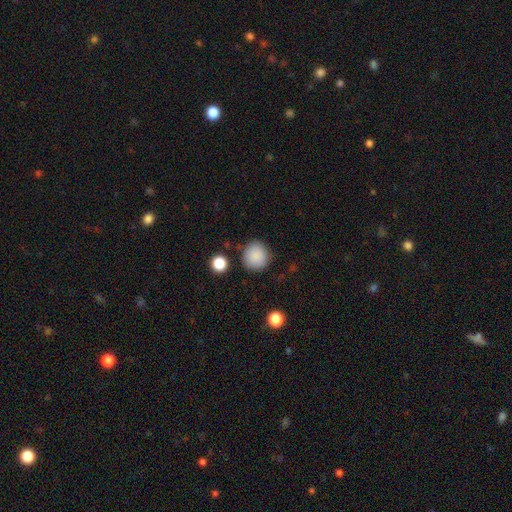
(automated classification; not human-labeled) smooth_or_featured: smooth (p=0.87) [alt: star or artifact p=0.09]
how_rounded: round (p=0.90) [alt: in between p=0.09]
merging: none (p=0.84) [alt: minor disturbance p=0.10]